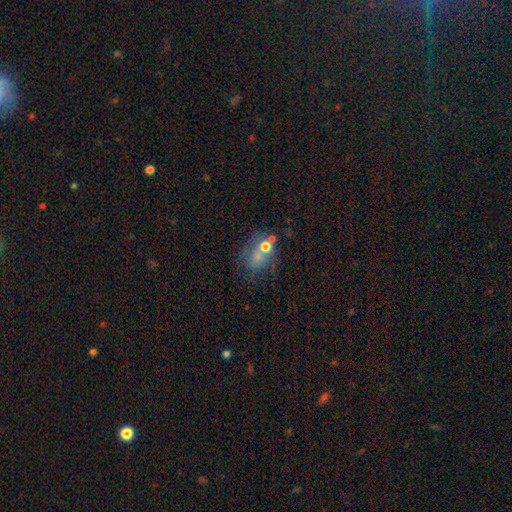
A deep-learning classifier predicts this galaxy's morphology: Smooth or featured? Predicted: smooth (p=0.46). Merging? Predicted: none (p=0.49).